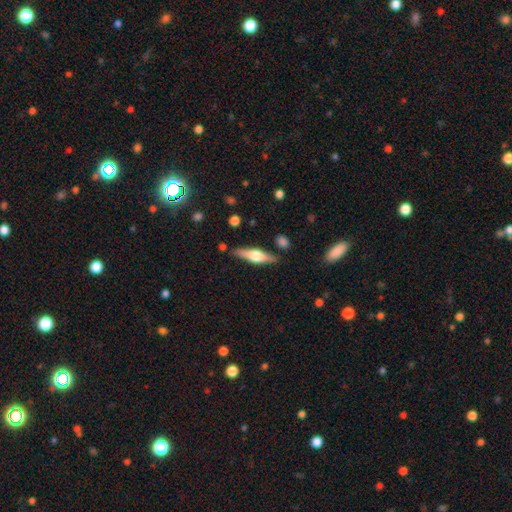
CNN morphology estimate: This appears to be a featured or disk galaxy (63%) viewed edge-on (96%) with a rounded central bulge (92%). Merging: none (85%).